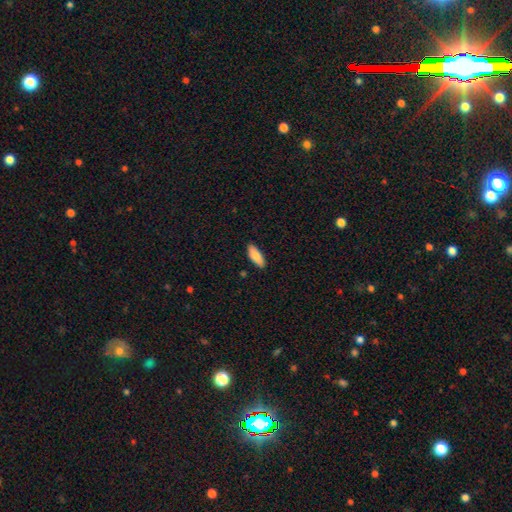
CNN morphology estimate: Smooth or featured: smooth — 87% (featured or disk — 8%)
How rounded: in between — 73% (cigar-shaped — 25%)
Merging: none — 88% (minor disturbance — 9%)